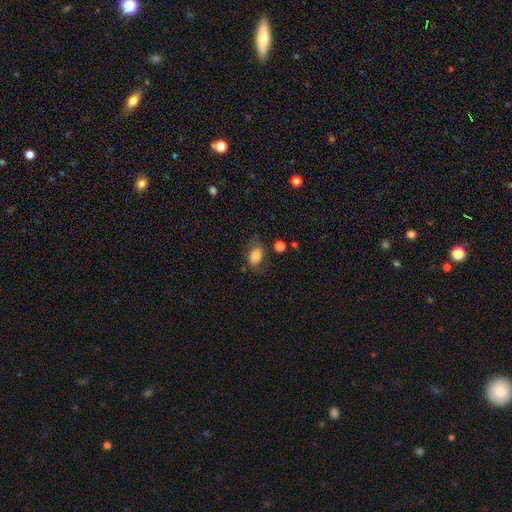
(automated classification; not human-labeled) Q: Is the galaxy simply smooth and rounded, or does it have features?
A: smooth — 78%.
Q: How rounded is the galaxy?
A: in between — 79%.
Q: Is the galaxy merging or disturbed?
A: none — 62%.